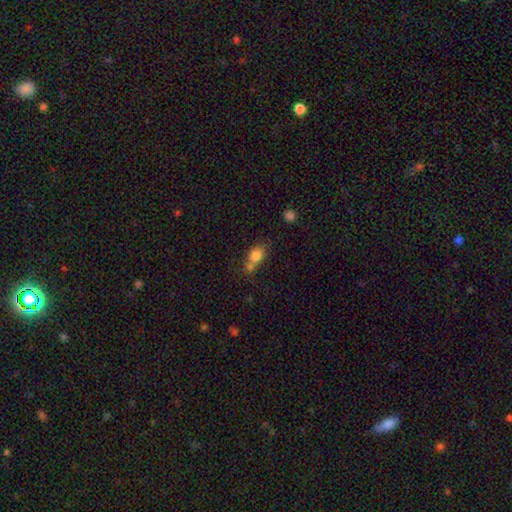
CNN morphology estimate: smooth-or-featured: smooth: 80% | featured or disk: 10% | star or artifact: 10%
  how-rounded: in between: 60% | round: 38% | cigar-shaped: 2%
  merging: merger: 43% | none: 38% | minor disturbance: 13% | major disturbance: 6%